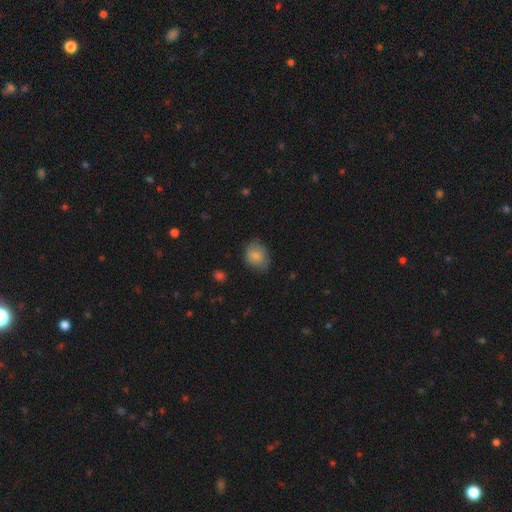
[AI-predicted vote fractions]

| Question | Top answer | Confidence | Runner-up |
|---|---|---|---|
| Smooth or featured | smooth | 83% | featured or disk (9%) |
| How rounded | in between | 51% | round (48%) |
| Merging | none | 71% | minor disturbance (23%) |